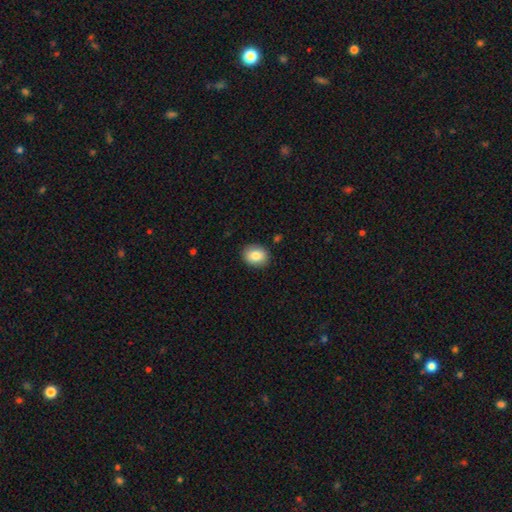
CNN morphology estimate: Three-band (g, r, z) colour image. It shows a smooth galaxy with no disk features (84%) that is in between round and cigar-shaped (51%). Merging: none (88%).